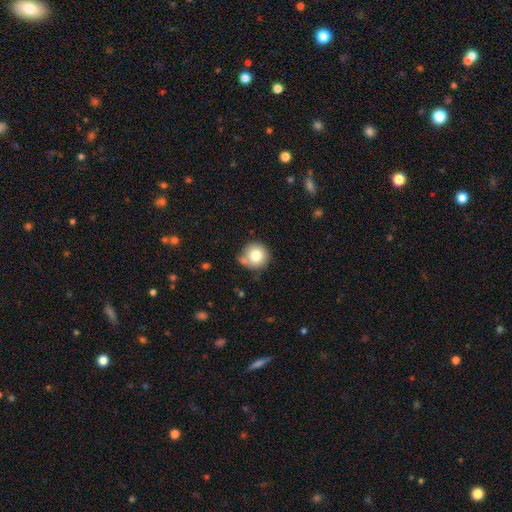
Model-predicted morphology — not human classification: This is likely a smooth galaxy (78%). How rounded: clearly round (94%). Merging: likely none (68%).